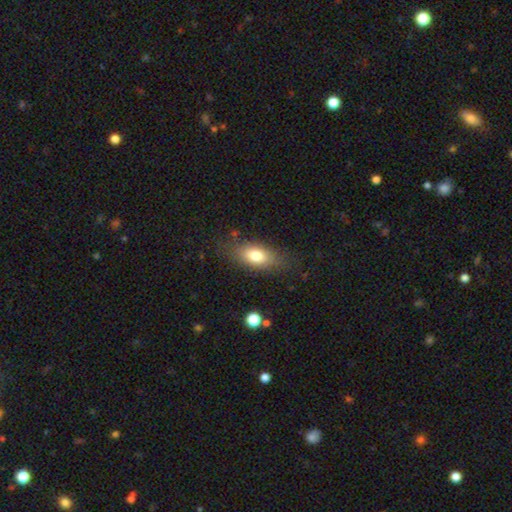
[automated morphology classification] Overall: smooth (77%). How rounded: in between (84%). Merging: none (78%).